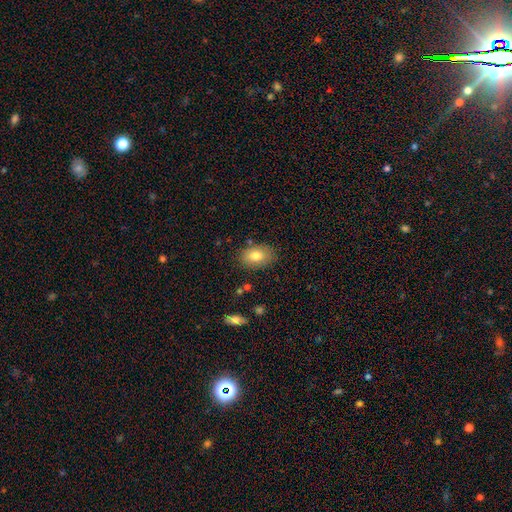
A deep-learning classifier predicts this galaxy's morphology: smooth 80%, featured or disk 12%, star or artifact 8%. Down the decision tree: how rounded — in between (86%); merging — none (82%).